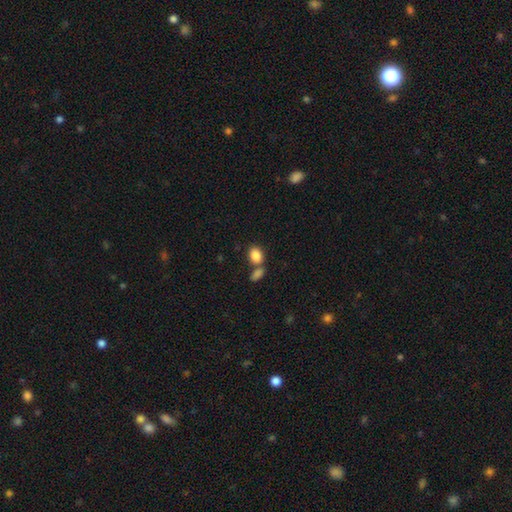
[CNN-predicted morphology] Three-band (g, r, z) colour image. It shows a smooth galaxy with no disk features (87%) that is in between round and cigar-shaped (73%). Merging: none (50%).